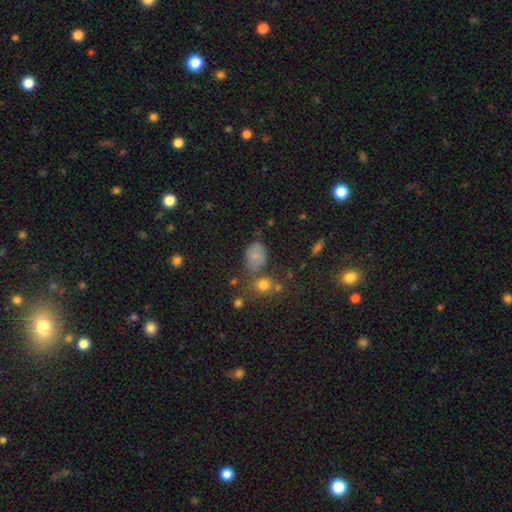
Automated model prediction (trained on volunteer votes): Morphology: type=smooth (74%); roundness=in between (66%); merging=none (58%).